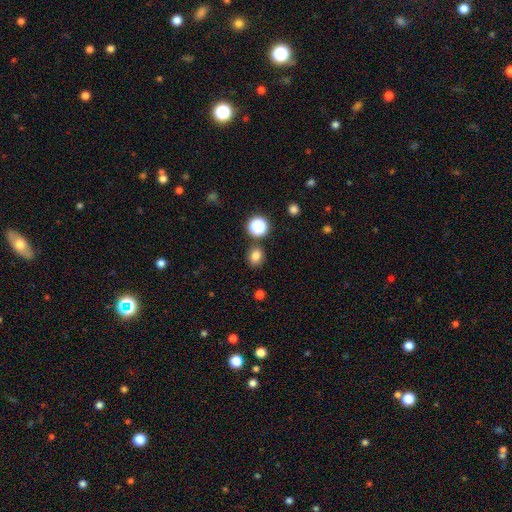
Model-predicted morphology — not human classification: Smooth or featured: smooth — 80% (star or artifact — 15%)
How rounded: round — 71% (in between — 29%)
Merging: none — 84% (minor disturbance — 8%)